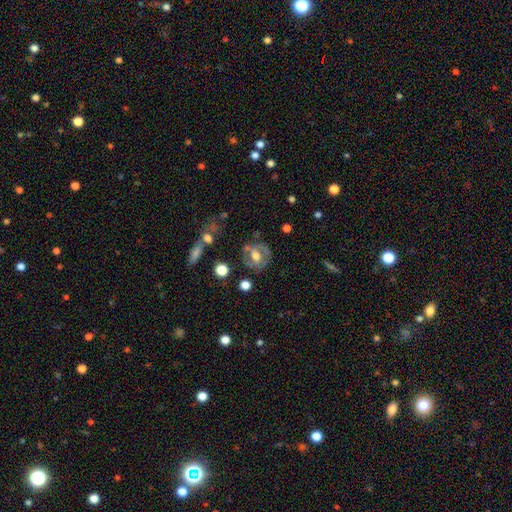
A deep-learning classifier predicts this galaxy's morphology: smooth-or-featured: featured or disk: 60% | smooth: 32% | star or artifact: 8%
  disk-edge-on: no: 94% | yes: 6%
    bar: no: 43% | weak: 37% | strong: 20%
    has-spiral-arms: yes: 54% | no: 46%
    bulge-size: moderate: 62% | large: 21% | small: 13% | none: 3% | dominant: 2%
  merging: none: 66% | minor disturbance: 19% | major disturbance: 9% | merger: 6%